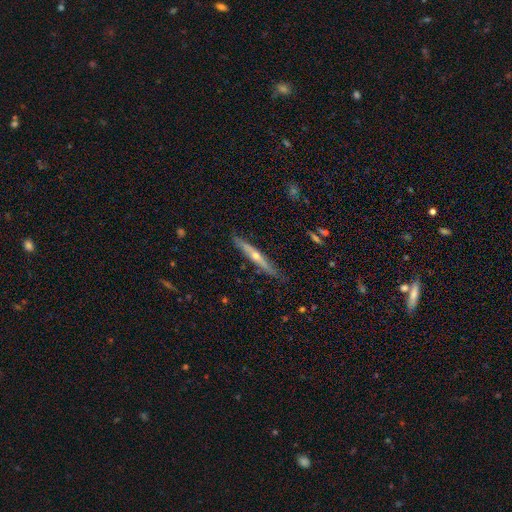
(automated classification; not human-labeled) smooth-or-featured: featured or disk: 67% | smooth: 27% | star or artifact: 6%
  disk-edge-on: yes: 95% | no: 5%
    edge-on-bulge: rounded: 83% | none: 15% | boxy: 2%
  merging: none: 86% | minor disturbance: 11% | major disturbance: 2% | merger: 1%